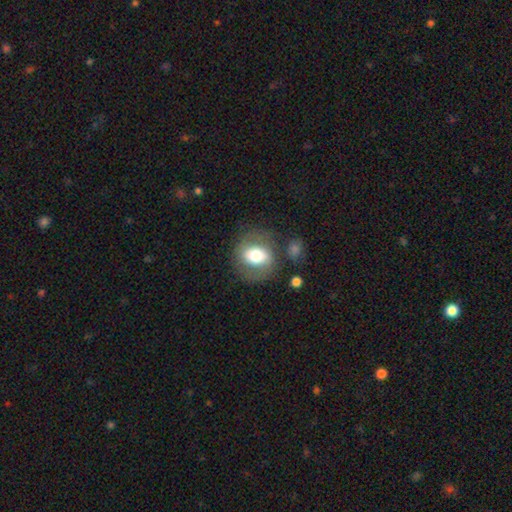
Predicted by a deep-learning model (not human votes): Overall: smooth (55%; featured or disk 37%). How rounded: round (62%; in between 36%). Merging: none (71%).